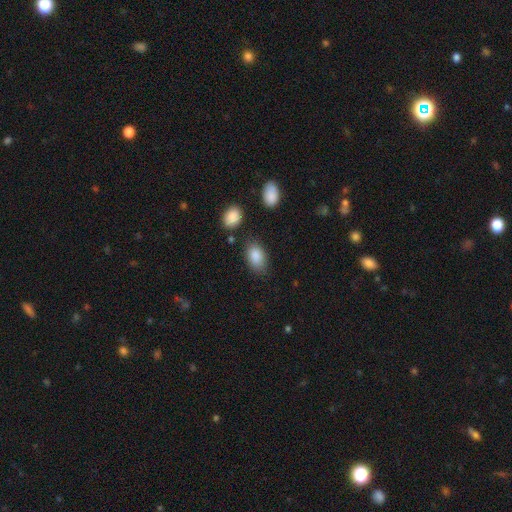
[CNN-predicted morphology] Q: Smooth or featured?
A: smooth (87%); runner-up: star or artifact (7%)
Q: How rounded?
A: in between (91%); runner-up: round (7%)
Q: Merging?
A: none (75%); runner-up: minor disturbance (16%)